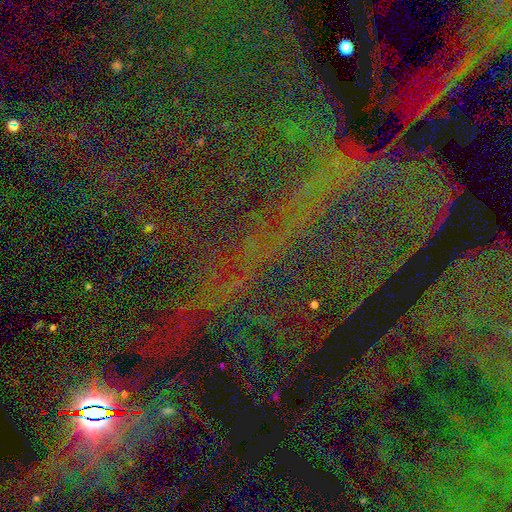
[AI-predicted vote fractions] This appears to be a star or artifact, not a galaxy (84%).